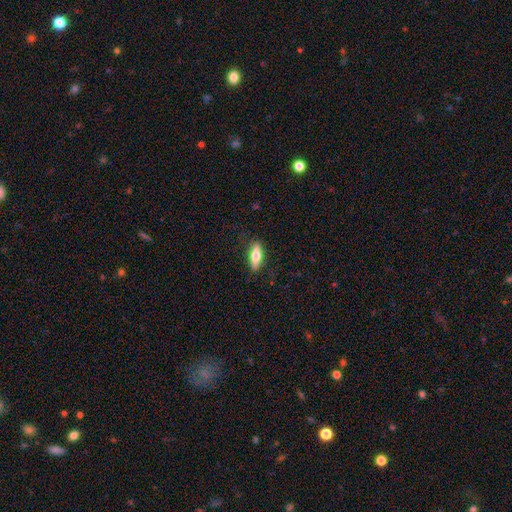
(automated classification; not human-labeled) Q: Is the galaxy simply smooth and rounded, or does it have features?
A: smooth — 61%.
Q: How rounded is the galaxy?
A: in between — 50%.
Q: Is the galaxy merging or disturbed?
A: none — 84%.